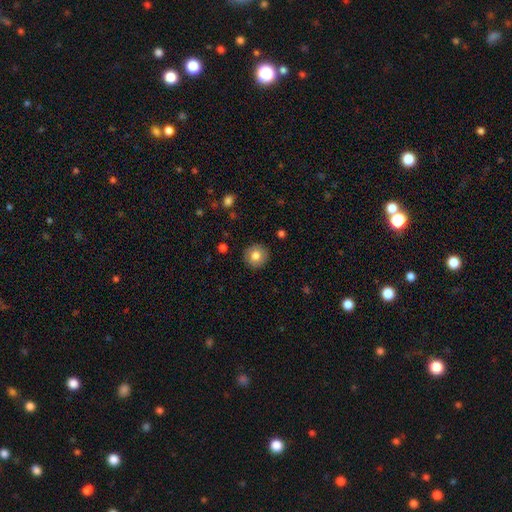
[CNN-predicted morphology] A smooth galaxy with no disk features (80%) that is round (93%). Merging: none (91%).